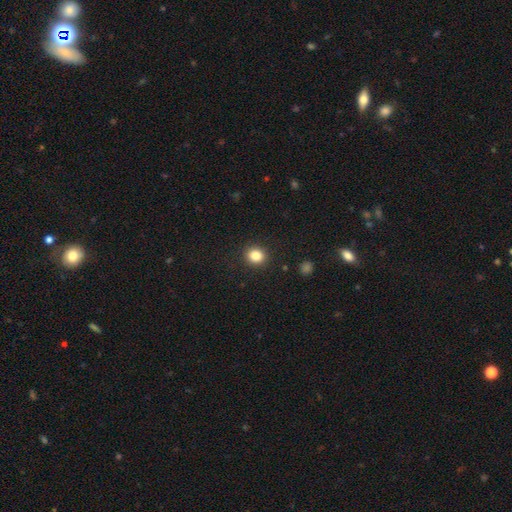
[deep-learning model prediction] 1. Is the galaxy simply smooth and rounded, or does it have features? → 84% smooth, 11% star or artifact, 5% featured or disk.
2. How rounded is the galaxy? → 79% round, 20% in between, 1% cigar-shaped.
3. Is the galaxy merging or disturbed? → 91% none, 6% minor disturbance, 2% major disturbance, 1% merger.